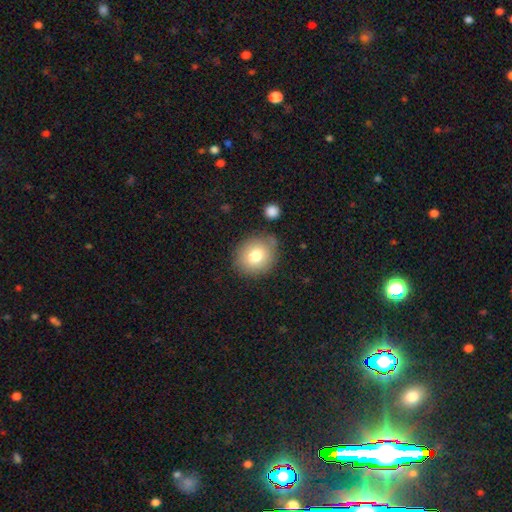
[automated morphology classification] Overall: smooth (77%). How rounded: round (71%). Merging: none (78%).